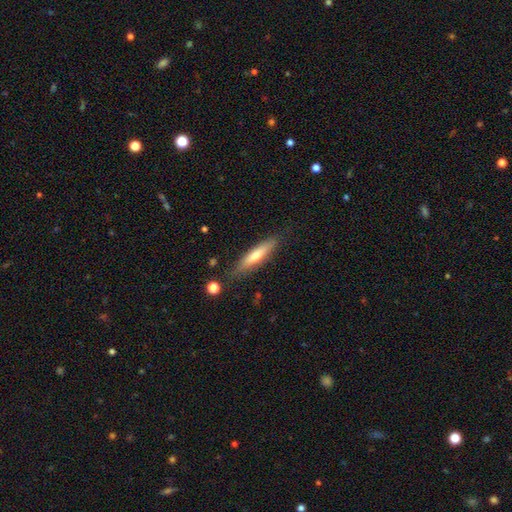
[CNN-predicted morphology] This appears to be a smooth galaxy with no disk features (55%) that is cigar-shaped (80%). Merging: none (82%).